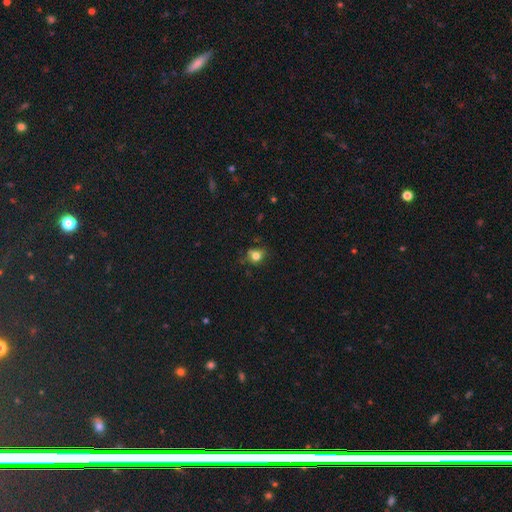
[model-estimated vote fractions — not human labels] smooth-or-featured: smooth: 75% | star or artifact: 14% | featured or disk: 11%
  how-rounded: round: 70% | in between: 29% | cigar-shaped: 1%
  merging: none: 66% | minor disturbance: 23% | major disturbance: 8% | merger: 3%